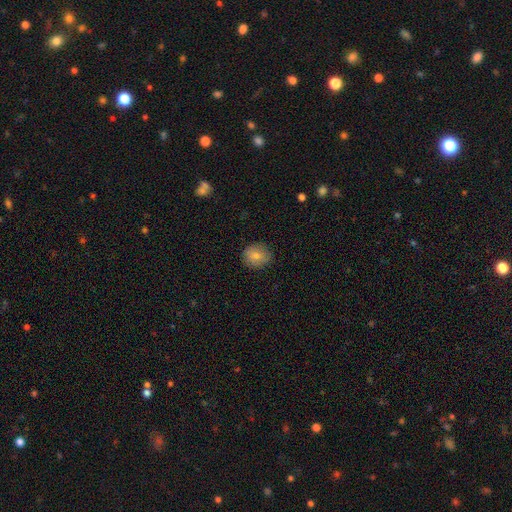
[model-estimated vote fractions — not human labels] smooth-or-featured: smooth: 81% | featured or disk: 11% | star or artifact: 8%
  how-rounded: round: 72% | in between: 27% | cigar-shaped: 1%
  merging: none: 84% | minor disturbance: 12% | major disturbance: 3% | merger: 1%